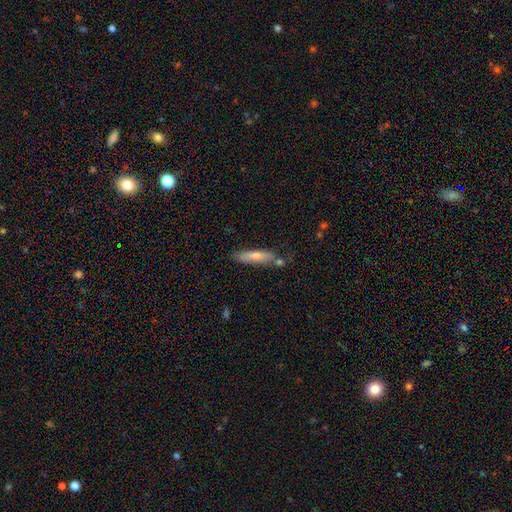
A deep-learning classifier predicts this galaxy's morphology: smooth_or_featured: smooth (p=0.61) [alt: featured or disk p=0.32]
how_rounded: cigar-shaped (p=0.80) [alt: in between p=0.18]
merging: none (p=0.69) [alt: minor disturbance p=0.18]